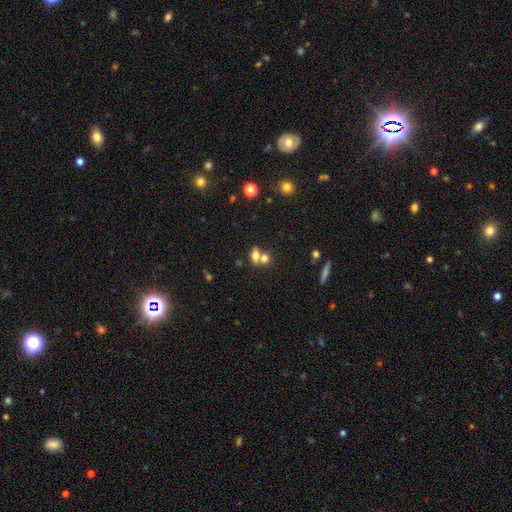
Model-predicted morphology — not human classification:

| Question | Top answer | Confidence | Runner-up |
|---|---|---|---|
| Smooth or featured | smooth | 70% | featured or disk (17%) |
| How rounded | in between | 69% | round (23%) |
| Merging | merger | 52% | none (36%) |